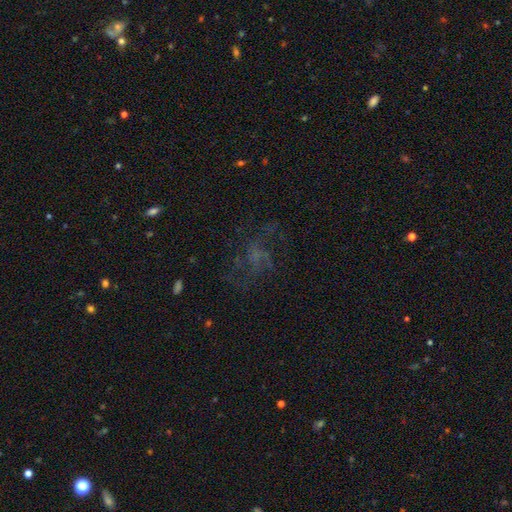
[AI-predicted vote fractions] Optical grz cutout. It shows a featured or disk galaxy (49%). Merging: none (53%).